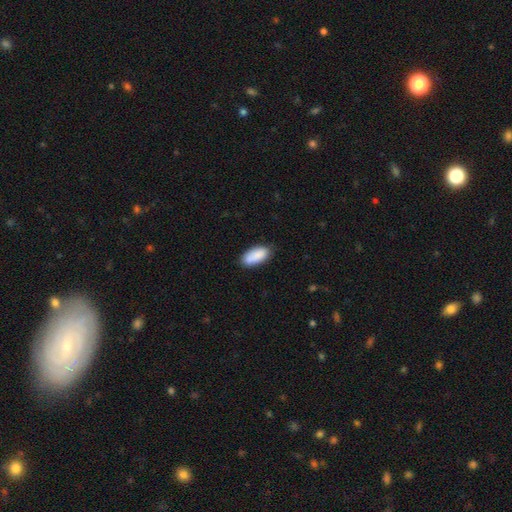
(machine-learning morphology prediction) Smooth or featured?
  - smooth: 89% *
  - star or artifact: 6%
  - featured or disk: 5%
How rounded?
  - in between: 89% *
  - cigar-shaped: 9%
  - round: 2%
Merging?
  - none: 81% *
  - minor disturbance: 15%
  - major disturbance: 2%
  - merger: 2%